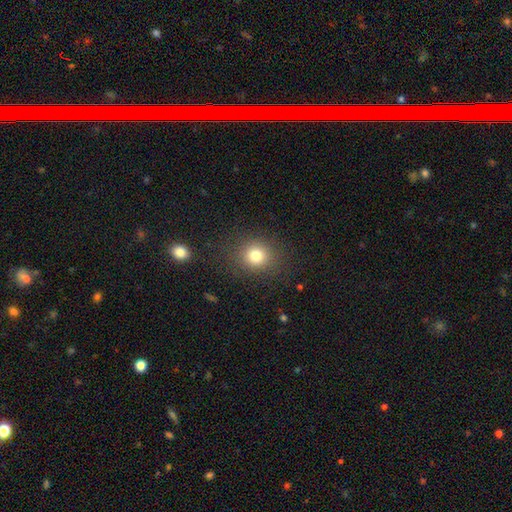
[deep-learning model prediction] Overall: smooth (79%). How rounded: round (82%). Merging: none (85%).